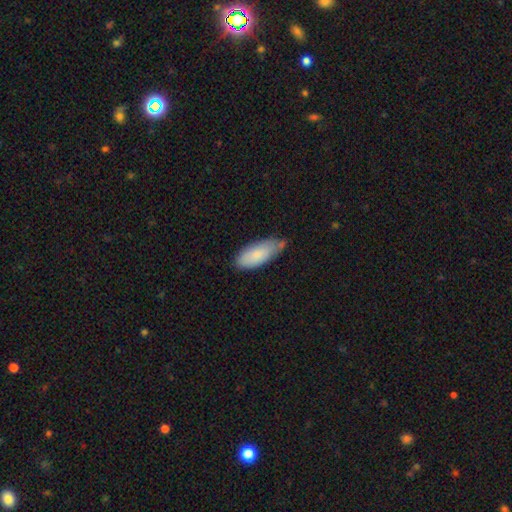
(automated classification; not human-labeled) smooth_or_featured: smooth (p=0.82) [alt: featured or disk p=0.12]
how_rounded: in between (p=0.83) [alt: cigar-shaped p=0.15]
merging: none (p=0.58) [alt: minor disturbance p=0.31]